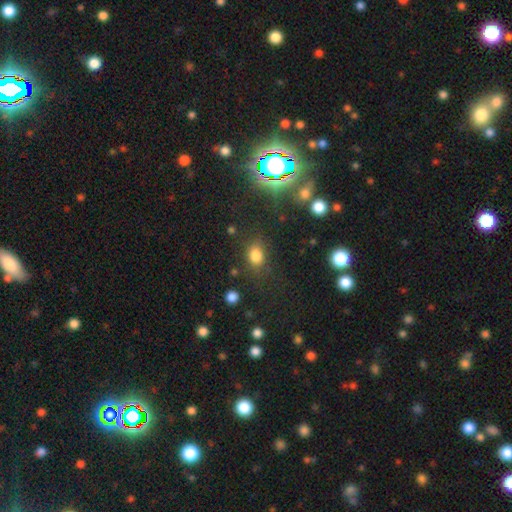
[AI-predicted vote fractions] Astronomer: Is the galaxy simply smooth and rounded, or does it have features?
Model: smooth — 79%.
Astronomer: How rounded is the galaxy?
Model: in between — 59% (runner-up: round, 39%).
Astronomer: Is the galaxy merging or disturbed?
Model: none — 74%.